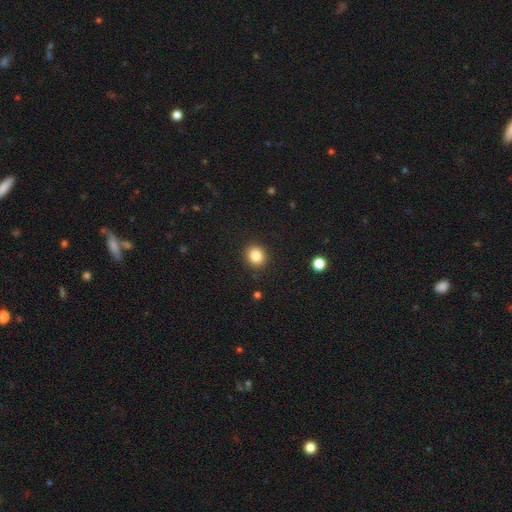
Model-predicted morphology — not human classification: Overall: smooth (84%). How rounded: round (82%). Merging: none (90%).